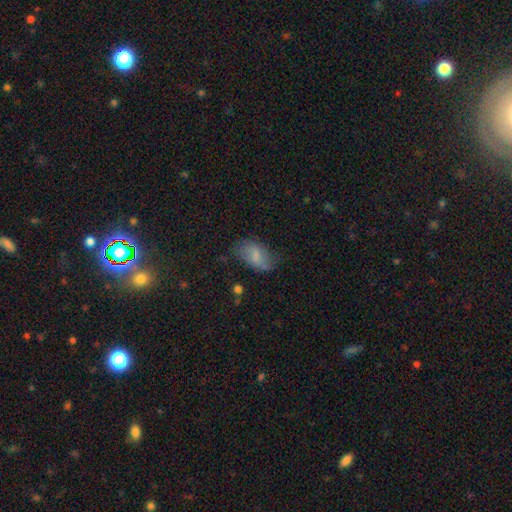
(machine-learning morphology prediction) smooth 65%, featured or disk 27%, star or artifact 8%. Down the decision tree: how rounded — in between (92%); merging — none (59%).